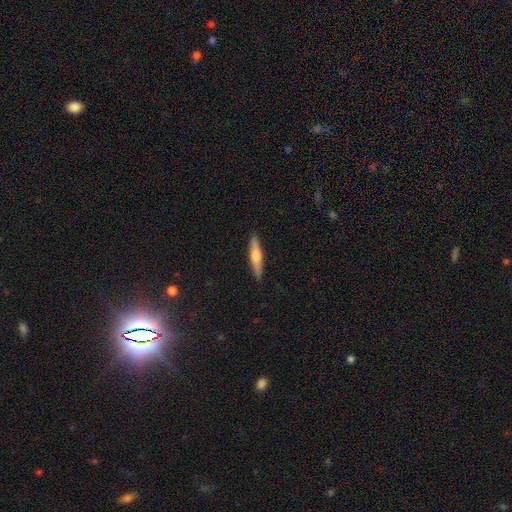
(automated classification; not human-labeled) Q: Smooth or featured?
A: featured or disk (49%); runner-up: smooth (45%)
Q: Merging?
A: none (91%); runner-up: minor disturbance (7%)